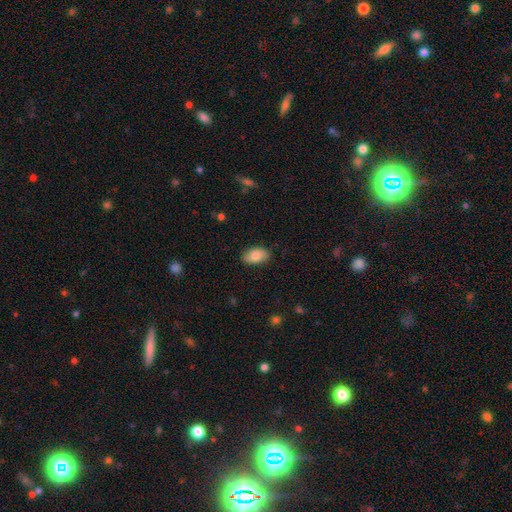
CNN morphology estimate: Overall: smooth (80%). How rounded: in between (93%). Merging: none (84%).